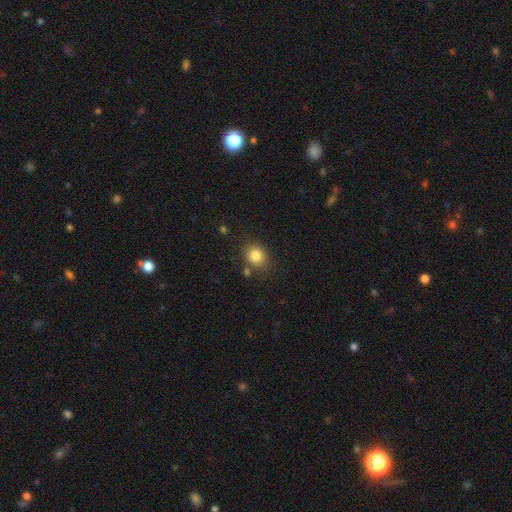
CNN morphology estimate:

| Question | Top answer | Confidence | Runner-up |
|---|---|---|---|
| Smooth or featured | smooth | 83% | star or artifact (10%) |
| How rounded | round | 64% | in between (35%) |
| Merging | none | 78% | minor disturbance (12%) |